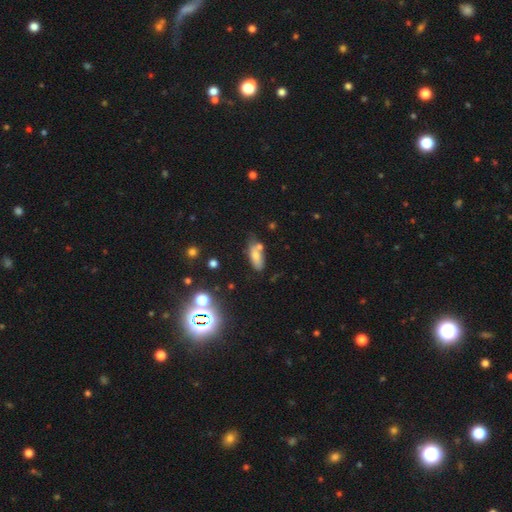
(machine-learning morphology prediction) Overall: smooth (70%). How rounded: in between (72%). Merging: none (55%; minor disturbance 22%).